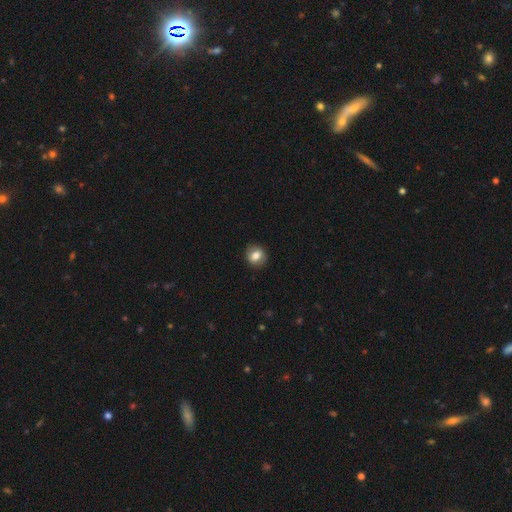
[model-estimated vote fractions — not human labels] Smooth or featured? Predicted: smooth (p=0.72). How rounded? Predicted: round (p=0.70). Merging? Predicted: none (p=0.86).